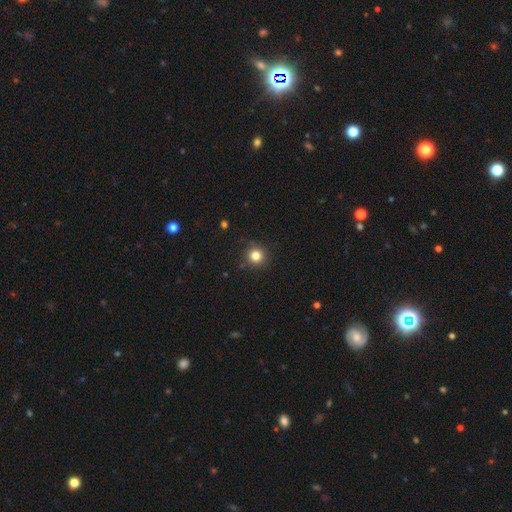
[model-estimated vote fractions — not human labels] Q: Smooth or featured?
A: smooth (82%); runner-up: star or artifact (13%)
Q: How rounded?
A: round (93%); runner-up: in between (6%)
Q: Merging?
A: none (88%); runner-up: minor disturbance (8%)